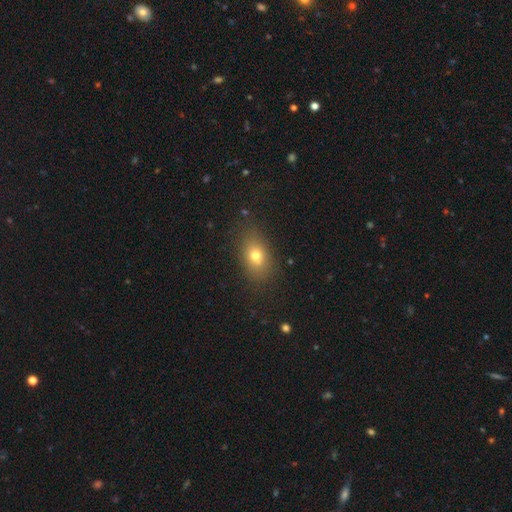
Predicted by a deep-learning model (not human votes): smooth_or_featured: smooth (p=0.73) [alt: featured or disk p=0.14]
how_rounded: in between (p=0.77) [alt: round p=0.20]
merging: none (p=0.81) [alt: minor disturbance p=0.12]